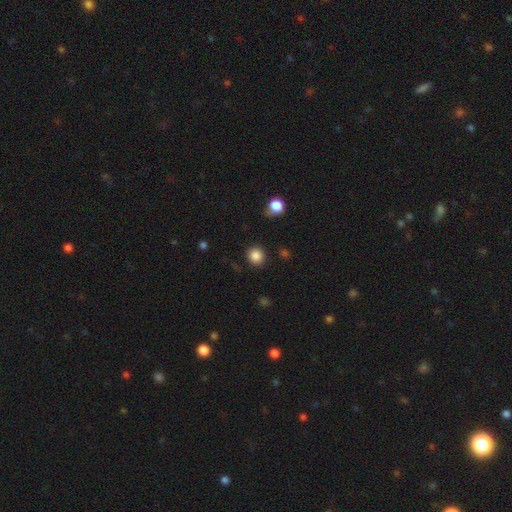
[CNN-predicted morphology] Smooth or featured? Predicted: smooth (p=0.86). How rounded? Predicted: round (p=0.89). Merging? Predicted: none (p=0.88).